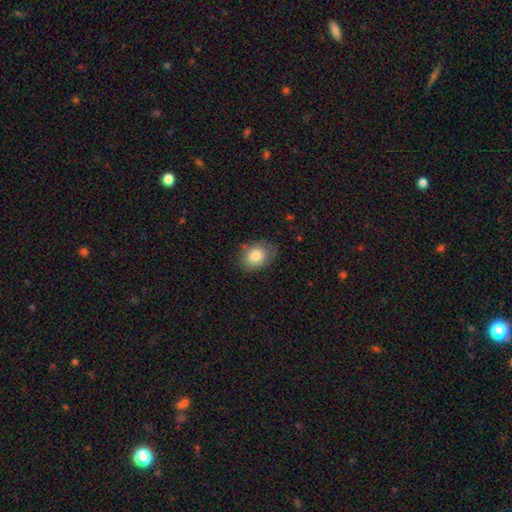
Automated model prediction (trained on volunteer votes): Q: Smooth or featured?
A: smooth (80%); runner-up: featured or disk (12%)
Q: How rounded?
A: in between (62%); runner-up: round (37%)
Q: Merging?
A: none (72%); runner-up: minor disturbance (21%)